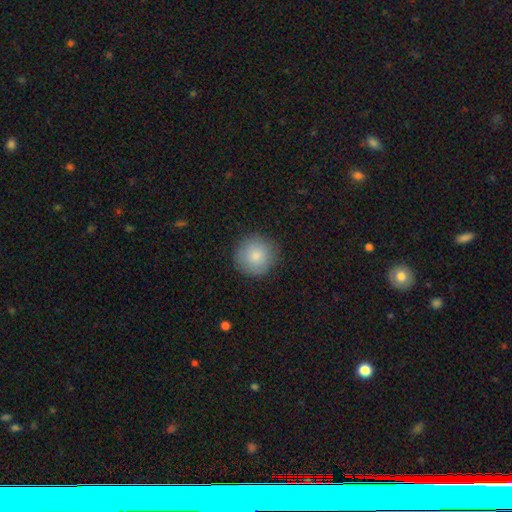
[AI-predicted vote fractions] This is clearly a smooth galaxy (85%). How rounded: clearly round (95%). Merging: clearly none (88%).